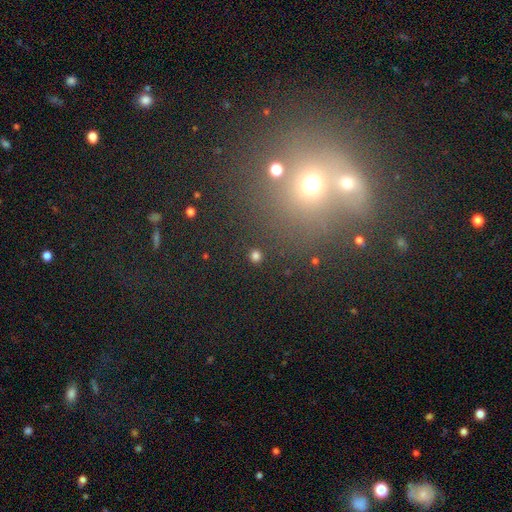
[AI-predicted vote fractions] A smooth galaxy with no disk features (79%) that is round (92%). Merging: none (91%).